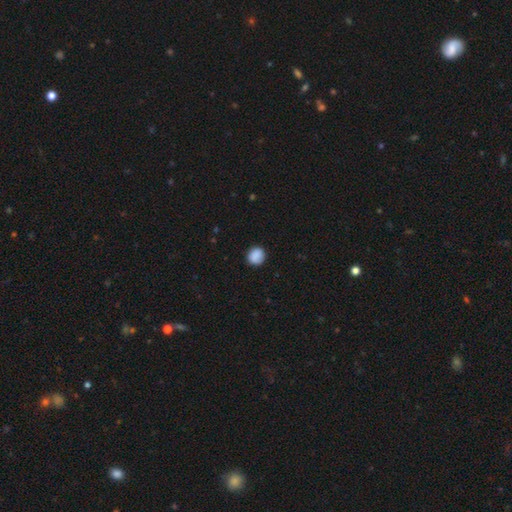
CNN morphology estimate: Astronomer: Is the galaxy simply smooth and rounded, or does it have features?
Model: smooth — 88%.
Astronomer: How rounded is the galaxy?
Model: round — 87%.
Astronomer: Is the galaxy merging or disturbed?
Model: none — 86%.